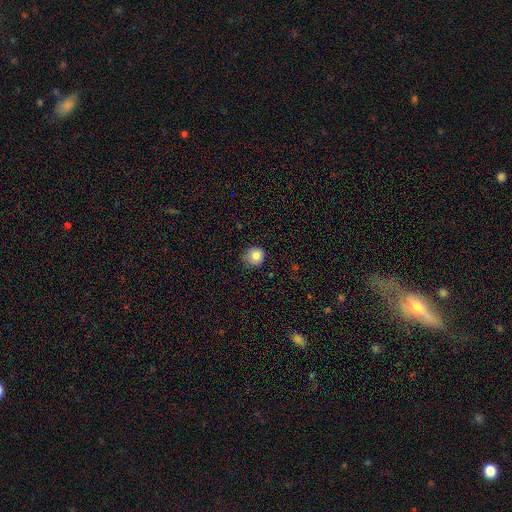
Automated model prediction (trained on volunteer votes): Smooth or featured? smooth (83%)
How rounded? round (93%)
Merging? none (82%)